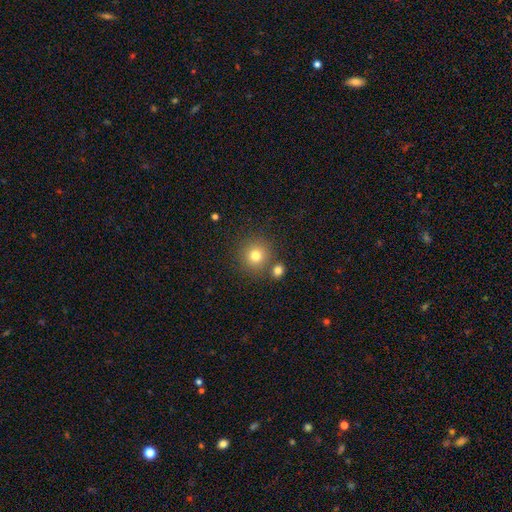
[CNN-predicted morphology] This is likely a smooth galaxy (78%). How rounded: clearly round (93%). Merging: likely none (77%).